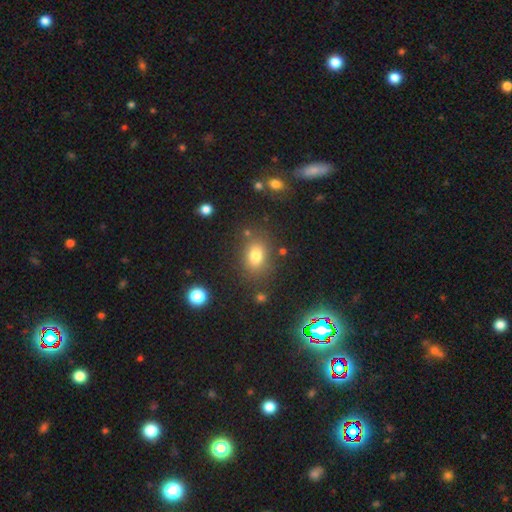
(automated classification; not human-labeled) Overall: smooth (77%). How rounded: in between (63%; round 35%). Merging: none (78%).